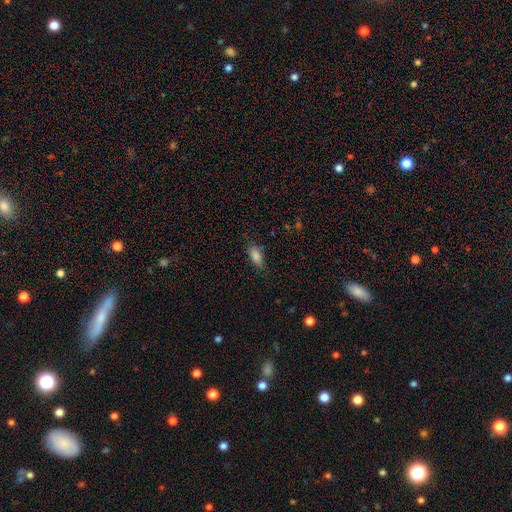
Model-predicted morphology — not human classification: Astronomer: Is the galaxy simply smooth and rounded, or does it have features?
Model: smooth — 85%.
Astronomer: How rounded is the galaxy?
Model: in between — 86%.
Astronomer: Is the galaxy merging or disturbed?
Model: none — 77%.